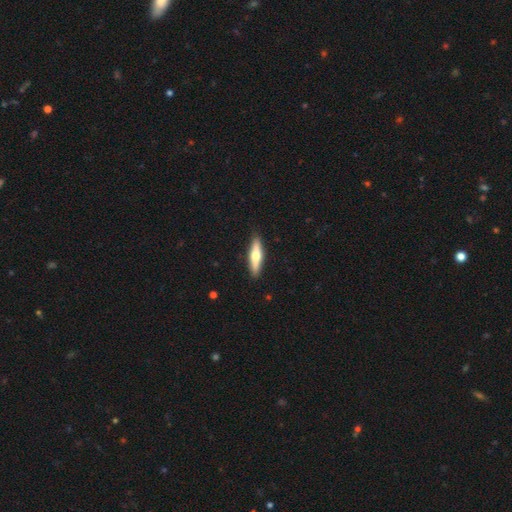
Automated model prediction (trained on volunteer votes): Q: Smooth or featured?
A: smooth (49%); runner-up: featured or disk (46%)
Q: Merging?
A: none (90%); runner-up: minor disturbance (7%)